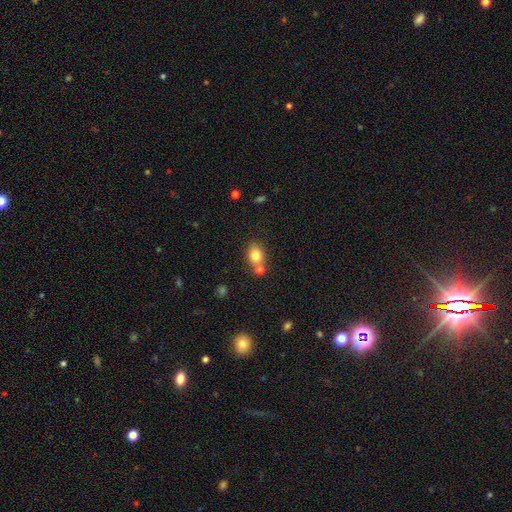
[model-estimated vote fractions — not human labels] The model was most divided on "how rounded": in between: 51%, round: 48%, cigar-shaped: 1%. More confident: smooth or featured — smooth (80%); merging — none (56%).